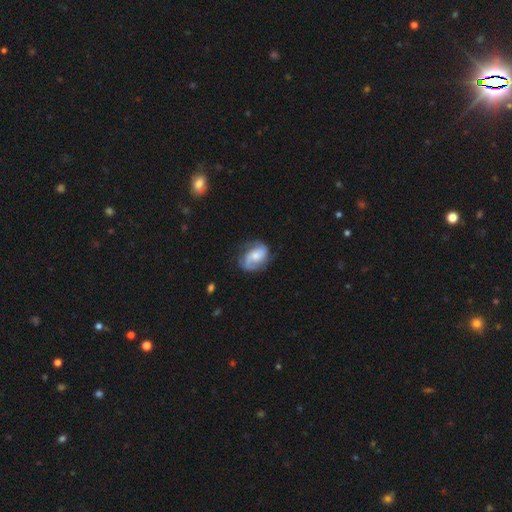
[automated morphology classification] smooth-or-featured: featured or disk: 72% | smooth: 22% | star or artifact: 7%
  disk-edge-on: no: 97% | yes: 3%
    bar: no: 53% | weak: 37% | strong: 10%
    has-spiral-arms: yes: 94% | no: 6%
      spiral-winding: medium: 45% | loose: 33% | tight: 21%
      spiral-arm-count: 2: 83% | can't tell: 7% | 1: 5% | 3: 3% | 4: 1% | more than 4: 1%
    bulge-size: moderate: 43% | small: 34% | large: 11% | none: 10% | dominant: 2%
  merging: none: 68% | minor disturbance: 21% | major disturbance: 9% | merger: 2%